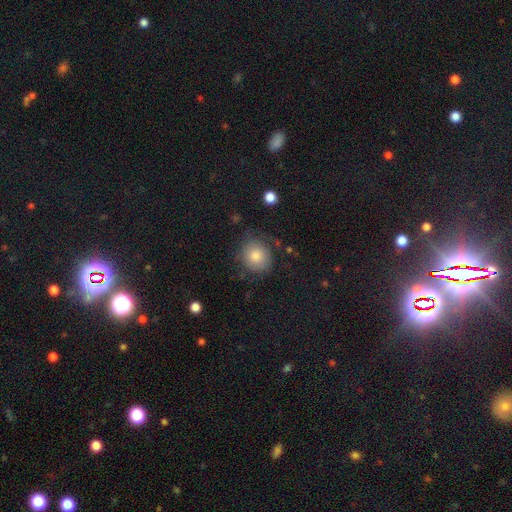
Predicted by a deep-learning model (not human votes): smooth_or_featured: smooth (p=0.73) [alt: featured or disk p=0.15]
how_rounded: round (p=0.83) [alt: in between p=0.16]
merging: none (p=0.77) [alt: minor disturbance p=0.16]